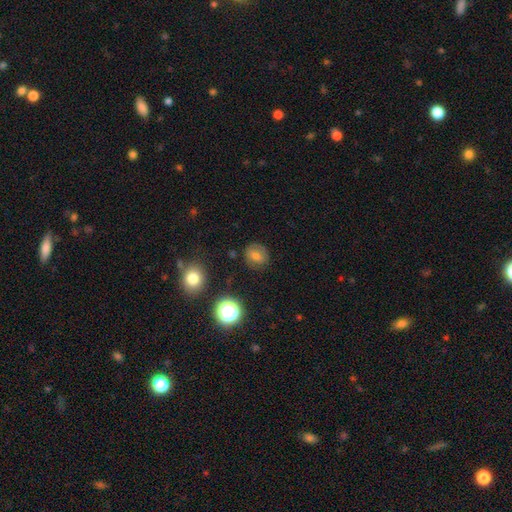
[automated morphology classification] smooth_or_featured: smooth (p=0.65) [alt: featured or disk p=0.18]
how_rounded: round (p=0.73) [alt: in between p=0.26]
merging: none (p=0.81) [alt: minor disturbance p=0.13]